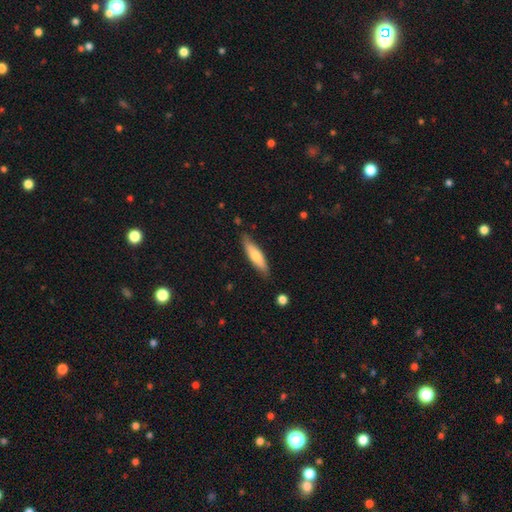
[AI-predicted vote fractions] A smooth galaxy with no disk features (67%) that is cigar-shaped (72%).

Vote fractions:
- Smooth or featured? smooth: 67% / featured or disk: 27% / star or artifact: 5%
- How rounded? cigar-shaped: 72% / in between: 27% / round: 1%
- Merging? none: 82% / minor disturbance: 14% / major disturbance: 2% / merger: 2%